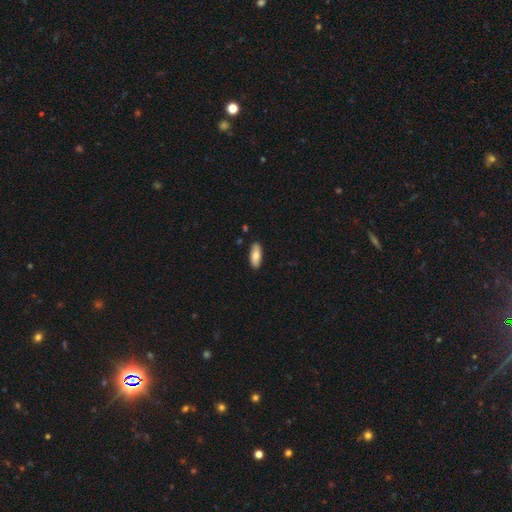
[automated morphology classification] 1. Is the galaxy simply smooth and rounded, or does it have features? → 78% smooth, 17% featured or disk, 6% star or artifact.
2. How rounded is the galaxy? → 78% in between, 20% cigar-shaped, 2% round.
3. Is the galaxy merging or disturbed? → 87% none, 10% minor disturbance, 2% major disturbance, 1% merger.